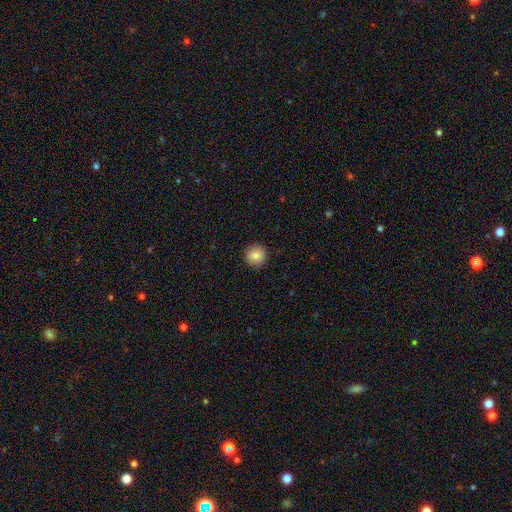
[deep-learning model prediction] Morphology: type=smooth (83%); roundness=round (95%); merging=none (91%).